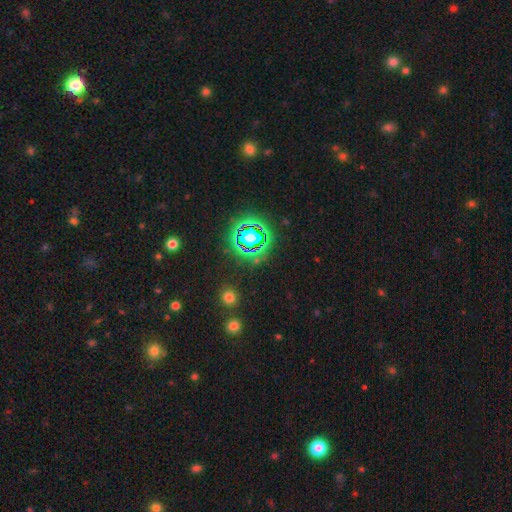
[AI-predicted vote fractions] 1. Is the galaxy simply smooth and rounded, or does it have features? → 77% star or artifact, 16% smooth, 7% featured or disk.